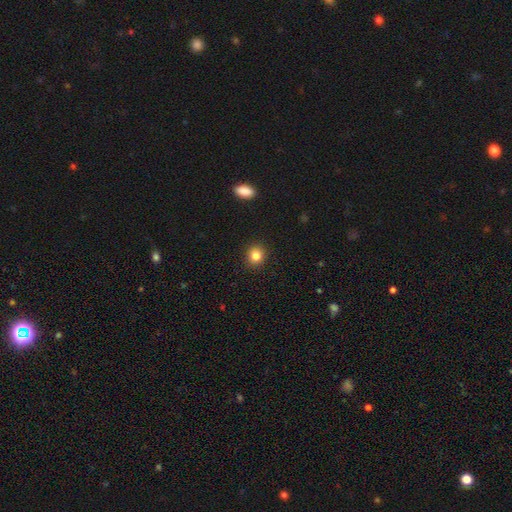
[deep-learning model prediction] Overall: smooth (84%). How rounded: round (81%). Merging: none (91%).